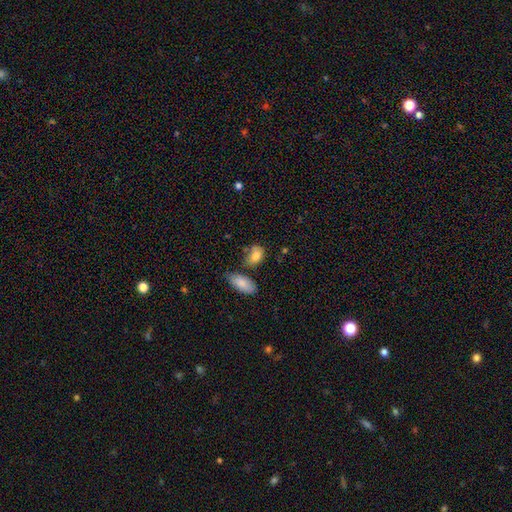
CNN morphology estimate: This is clearly a smooth galaxy (81%). How rounded: likely in between (78%). Merging: possibly none (51%).